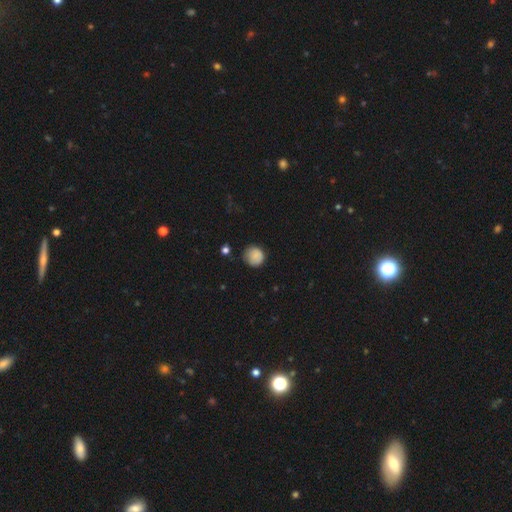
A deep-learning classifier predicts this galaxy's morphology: This is clearly a smooth galaxy (86%). How rounded: clearly round (90%). Merging: likely none (74%).